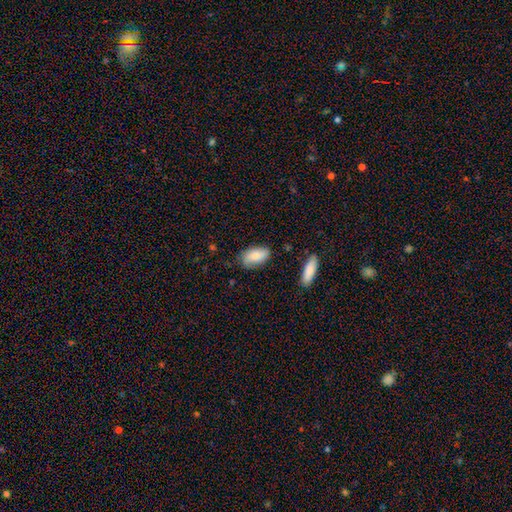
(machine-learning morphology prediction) A smooth galaxy with no disk features (79%) that is in between round and cigar-shaped (92%). Merging: none (74%).